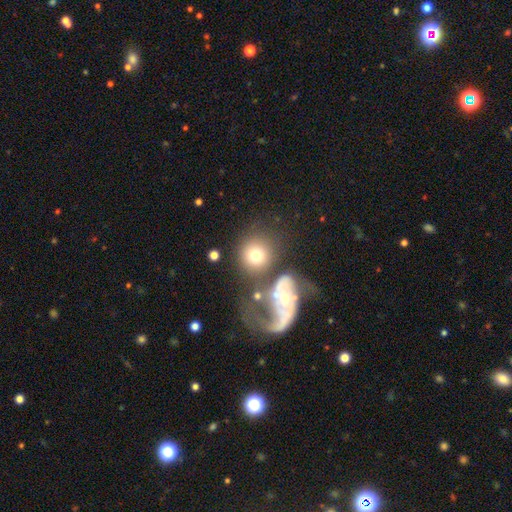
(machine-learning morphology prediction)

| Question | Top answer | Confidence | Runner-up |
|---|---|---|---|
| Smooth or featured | smooth | 68% | featured or disk (22%) |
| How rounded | round | 85% | in between (14%) |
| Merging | none | 52% | merger (22%) |